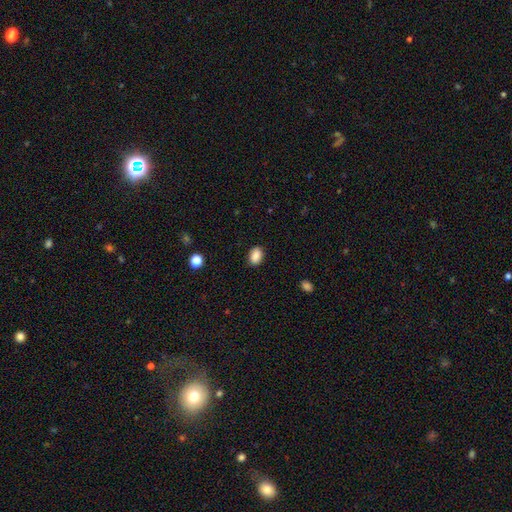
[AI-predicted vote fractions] Smooth or featured? smooth (88%)
How rounded? in between (84%)
Merging? none (87%)